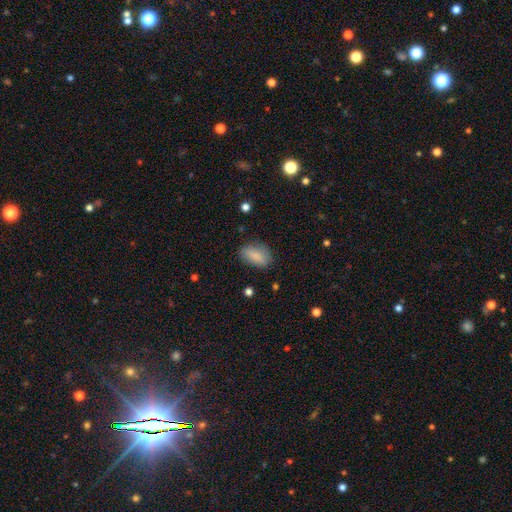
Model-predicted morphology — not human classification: Smooth or featured?
  - smooth: 86% *
  - star or artifact: 7%
  - featured or disk: 7%
How rounded?
  - in between: 88% *
  - round: 7%
  - cigar-shaped: 4%
Merging?
  - none: 79% *
  - minor disturbance: 16%
  - major disturbance: 4%
  - merger: 1%